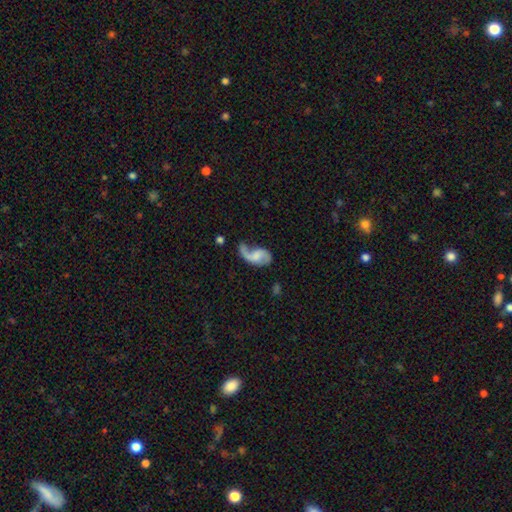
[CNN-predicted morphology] This is likely a featured or disk galaxy (72%). It is clearly not viewed edge-on (97%). Bar: possibly no (49%). Spiral arm pattern: clearly yes (91%). Spiral arm count: likely 2 (64%). Spiral winding: likely loose (76%). Central bulge: marginally none (42%). Merging: marginally none (35%).